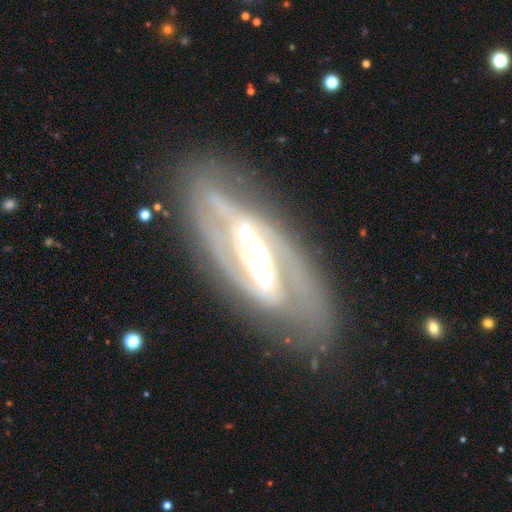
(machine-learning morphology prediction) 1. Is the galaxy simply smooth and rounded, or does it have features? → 87% featured or disk, 7% smooth, 5% star or artifact.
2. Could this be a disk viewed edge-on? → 87% no, 13% yes.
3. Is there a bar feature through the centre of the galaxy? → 61% strong, 23% weak, 16% no.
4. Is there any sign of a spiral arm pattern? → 84% yes, 16% no.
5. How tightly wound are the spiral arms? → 45% tight, 41% medium, 14% loose.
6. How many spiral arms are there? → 80% 2, 11% can't tell, 3% 3, 2% 1, 2% 4, 1% more than 4.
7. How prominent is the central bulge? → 52% moderate, 30% small, 14% large, 2% dominant, 2% none.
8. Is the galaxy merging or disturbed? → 76% none, 14% minor disturbance, 7% major disturbance, 2% merger.